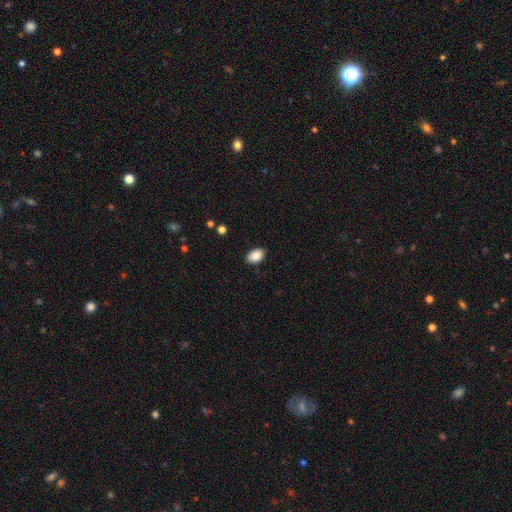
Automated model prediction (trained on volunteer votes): smooth 88%, star or artifact 7%, featured or disk 4%. Down the decision tree: how rounded — in between (88%); merging — none (89%).